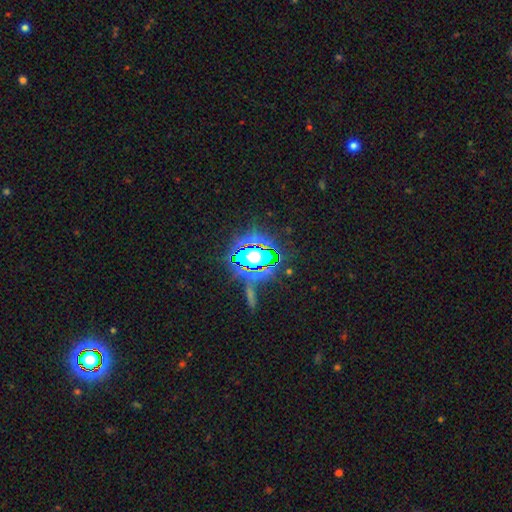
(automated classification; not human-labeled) Smooth or featured? Predicted: star or artifact (p=0.62).